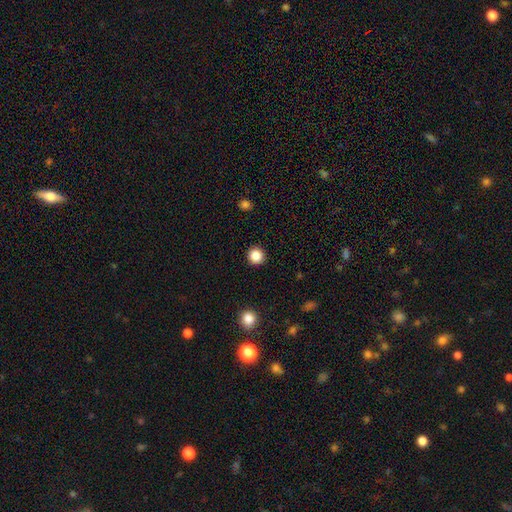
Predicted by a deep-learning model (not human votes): smooth_or_featured: smooth (p=0.86) [alt: star or artifact p=0.11]
how_rounded: round (p=0.94) [alt: in between p=0.05]
merging: none (p=0.93) [alt: minor disturbance p=0.04]